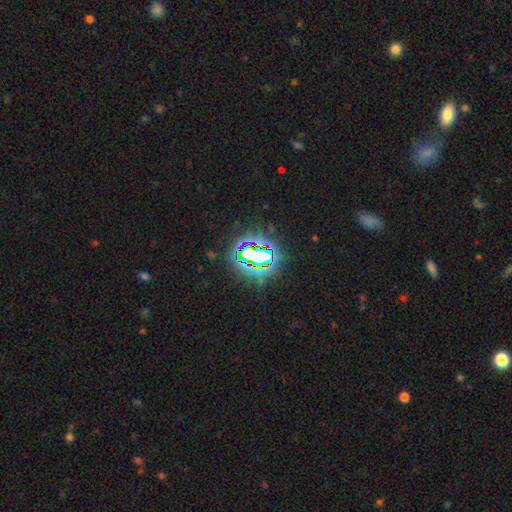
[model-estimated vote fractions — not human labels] The model was most divided on "smooth or featured": star or artifact: 70%, smooth: 17%, featured or disk: 13%.